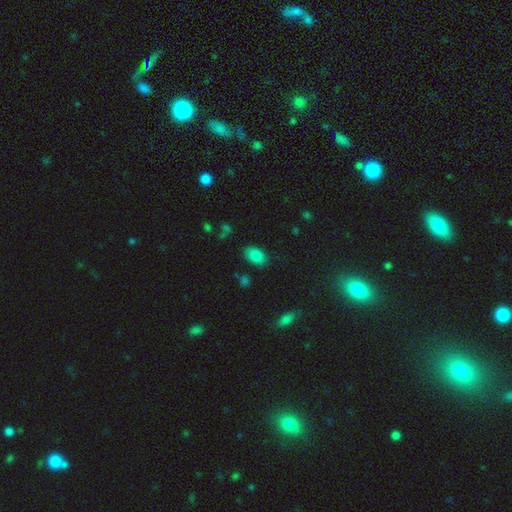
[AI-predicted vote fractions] A smooth galaxy with no disk features (83%) that is in between round and cigar-shaped (91%).

Vote fractions:
- Smooth or featured? smooth: 83% / star or artifact: 10% / featured or disk: 7%
- How rounded? in between: 91% / round: 8% / cigar-shaped: 2%
- Merging? none: 82% / minor disturbance: 12% / major disturbance: 3% / merger: 2%